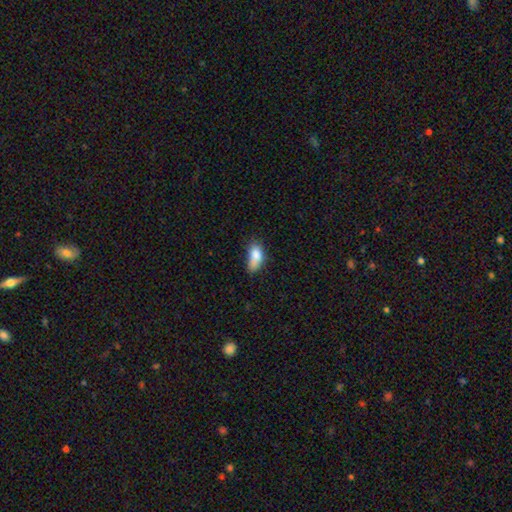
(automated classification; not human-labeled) Overall: smooth (80%). How rounded: in between (87%). Merging: none (38%; minor disturbance 37%).